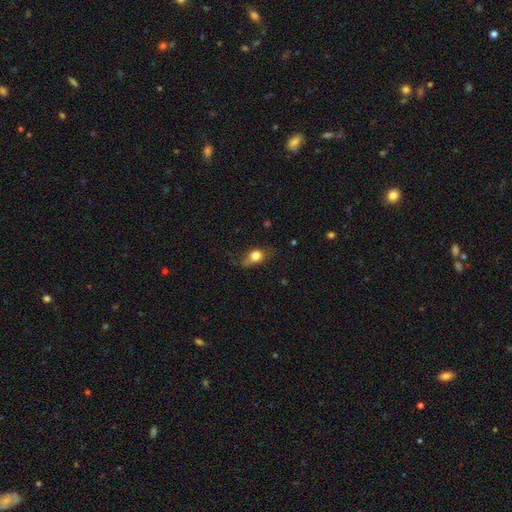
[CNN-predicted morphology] smooth_or_featured: smooth (p=0.74) [alt: featured or disk p=0.17]
how_rounded: in between (p=0.56) [alt: round p=0.38]
merging: none (p=0.56) [alt: minor disturbance p=0.29]